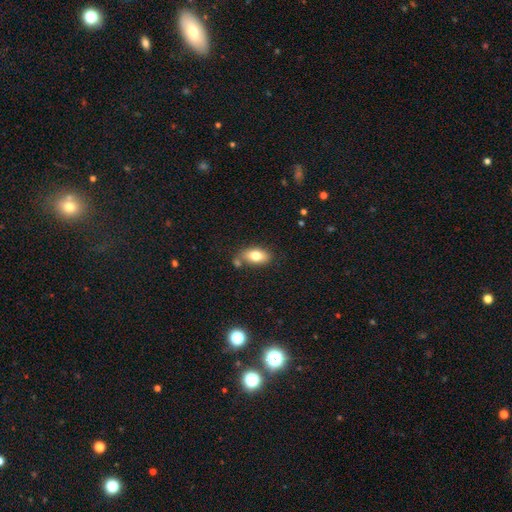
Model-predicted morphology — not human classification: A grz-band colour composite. It shows a smooth galaxy with no disk features (76%) that is in between round and cigar-shaped (89%). Merging: none (66%).